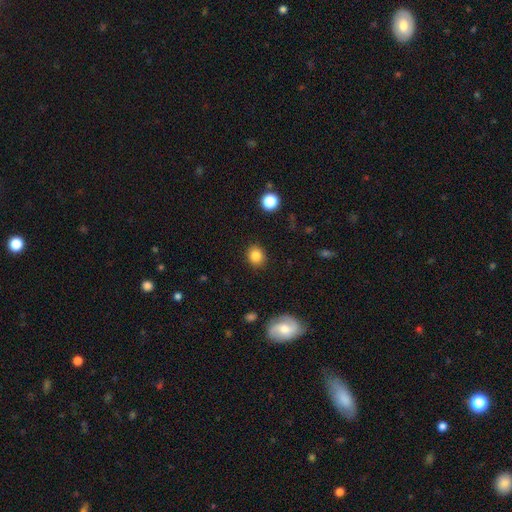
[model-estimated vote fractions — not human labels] Smooth or featured? smooth (84%)
How rounded? round (71%)
Merging? none (88%)